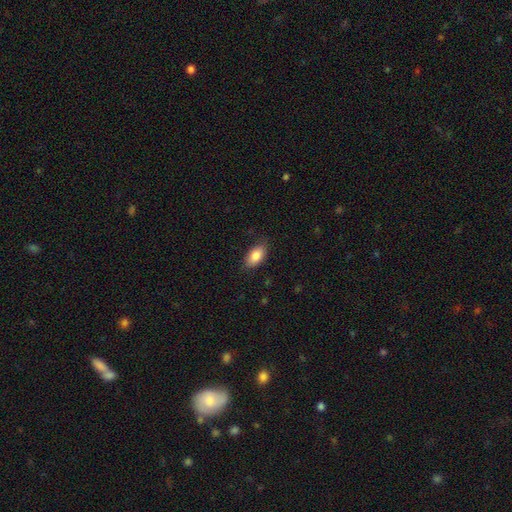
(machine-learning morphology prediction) Smooth or featured: smooth — 86% (featured or disk — 7%)
How rounded: in between — 92% (round — 4%)
Merging: none — 81% (minor disturbance — 15%)